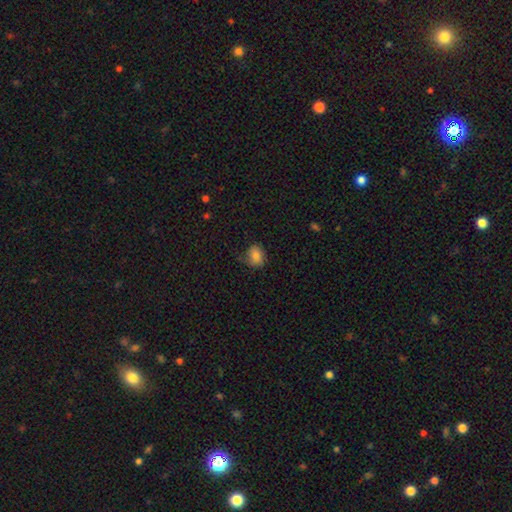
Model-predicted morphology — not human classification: smooth_or_featured: smooth (p=0.81) [alt: featured or disk p=0.09]
how_rounded: in between (p=0.51) [alt: round p=0.48]
merging: none (p=0.65) [alt: minor disturbance p=0.25]